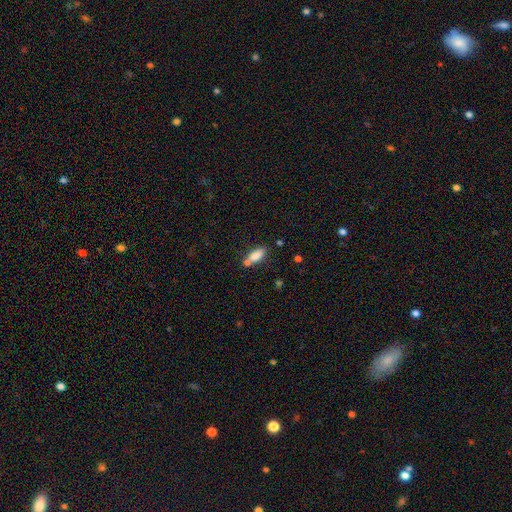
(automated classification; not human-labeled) A smooth galaxy with no disk features (83%) that is in between round and cigar-shaped (79%). Merging: none (57%).